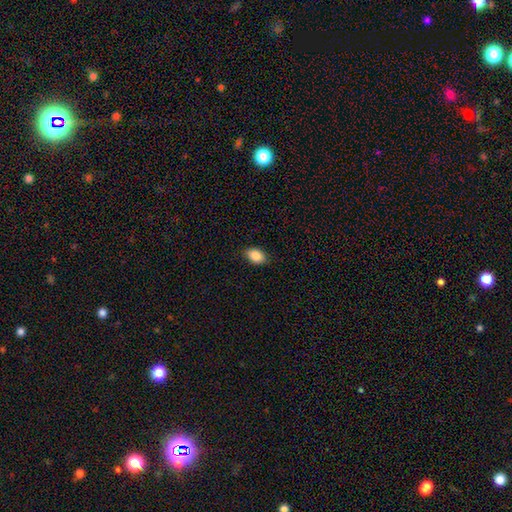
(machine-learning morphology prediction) smooth_or_featured: smooth (p=0.86) [alt: star or artifact p=0.08]
how_rounded: in between (p=0.86) [alt: round p=0.13]
merging: none (p=0.87) [alt: minor disturbance p=0.10]